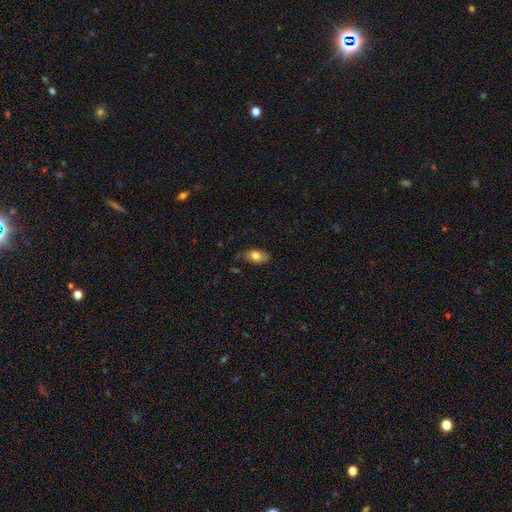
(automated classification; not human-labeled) Smooth or featured? Predicted: smooth (p=0.77). How rounded? Predicted: in between (p=0.91). Merging? Predicted: none (p=0.78).